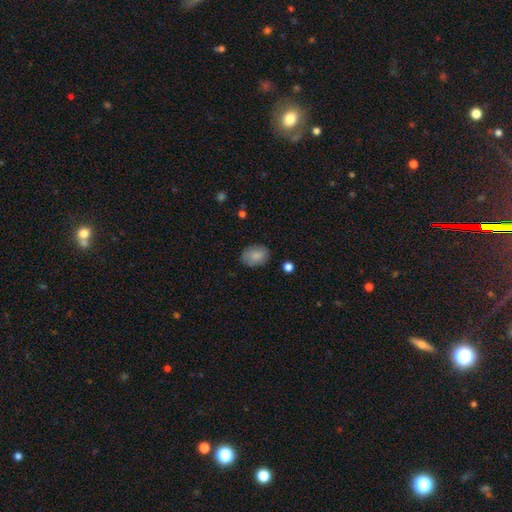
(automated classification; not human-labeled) Morphology: type=smooth (83%); roundness=in between (74%); merging=none (77%).